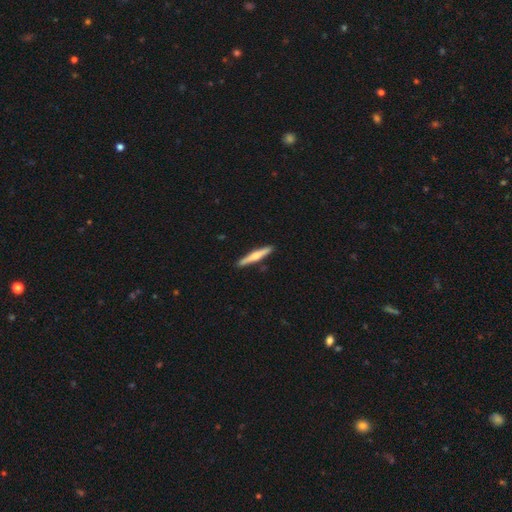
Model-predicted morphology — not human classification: This appears to be a featured or disk galaxy (53%) viewed edge-on (97%) with a rounded central bulge (84%). Merging: none (91%).